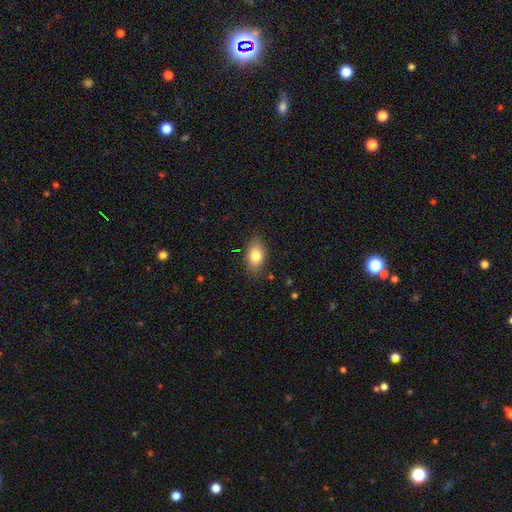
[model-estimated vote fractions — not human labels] Overall: smooth (82%). How rounded: in between (87%). Merging: none (84%).